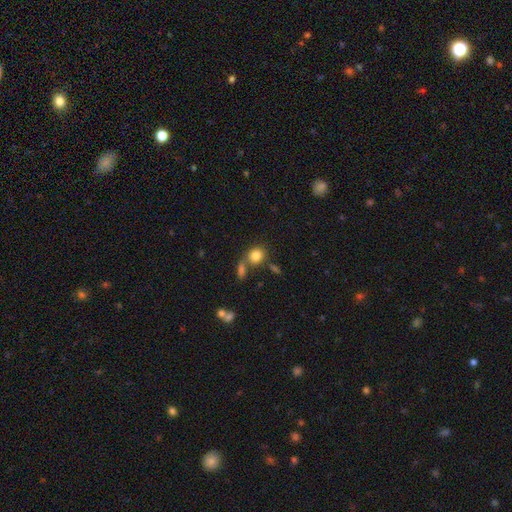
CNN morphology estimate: A smooth galaxy with no disk features (82%) that is round (71%). Merging: none (60%).